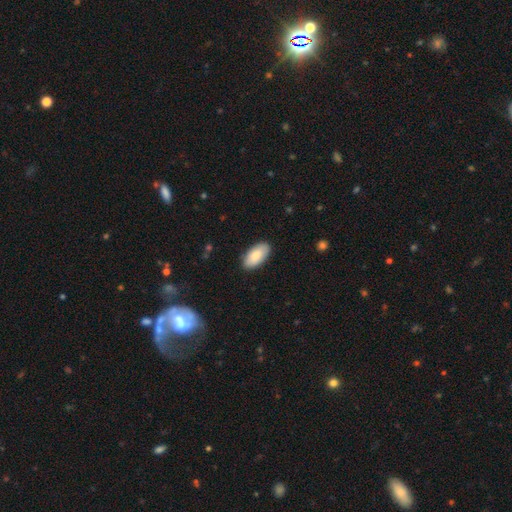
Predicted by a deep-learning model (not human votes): Smooth or featured?
  - smooth: 86% *
  - featured or disk: 9%
  - star or artifact: 5%
How rounded?
  - in between: 95% *
  - cigar-shaped: 3%
  - round: 2%
Merging?
  - none: 87% *
  - minor disturbance: 10%
  - major disturbance: 2%
  - merger: 1%